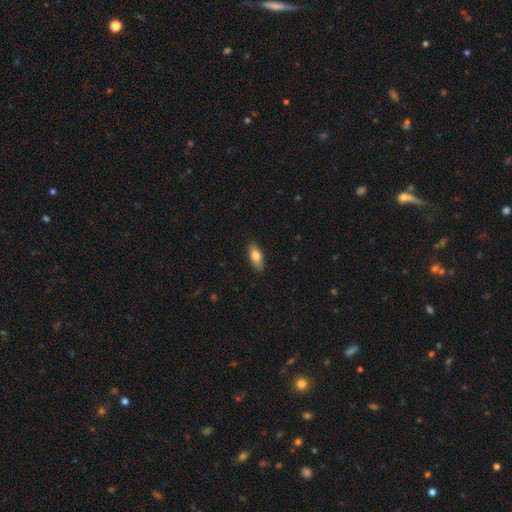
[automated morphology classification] type=smooth (76%); roundness=in between (79%); merging=none (87%).